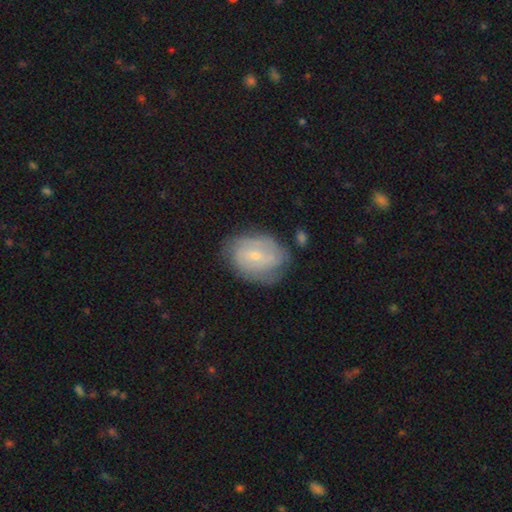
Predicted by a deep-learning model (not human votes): Smooth or featured?
  - featured or disk: 62% *
  - smooth: 31%
  - star or artifact: 7%
Edge-on disk?
  - no: 97% *
  - yes: 3%
Bar?
  - no: 45% * (tied)
  - weak: 45% * (tied)
  - strong: 10%
Spiral arms?
  - yes: 77% *
  - no: 23%
Bulge size?
  - small: 71% *
  - moderate: 25%
  - none: 2%
  - large: 1%
  - dominant: 1%
Merging?
  - none: 64% *
  - minor disturbance: 24%
  - major disturbance: 8%
  - merger: 3%